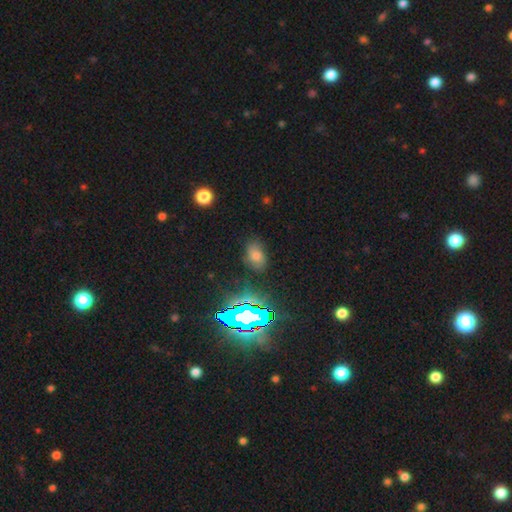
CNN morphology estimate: A smooth galaxy with no disk features (55%) that is in between round and cigar-shaped (84%). Merging: none (81%).